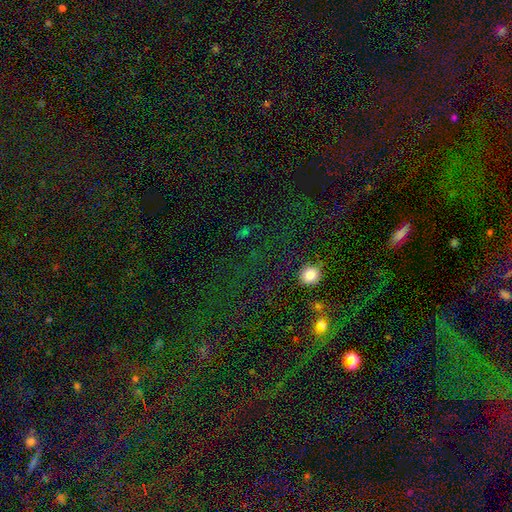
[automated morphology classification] Overall: star or artifact (70%).